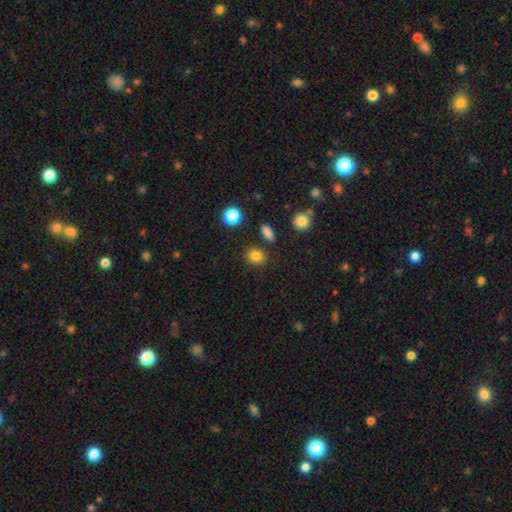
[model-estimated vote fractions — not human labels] This appears to be a smooth galaxy with no disk features (83%) that is round (68%). Merging: none (84%).